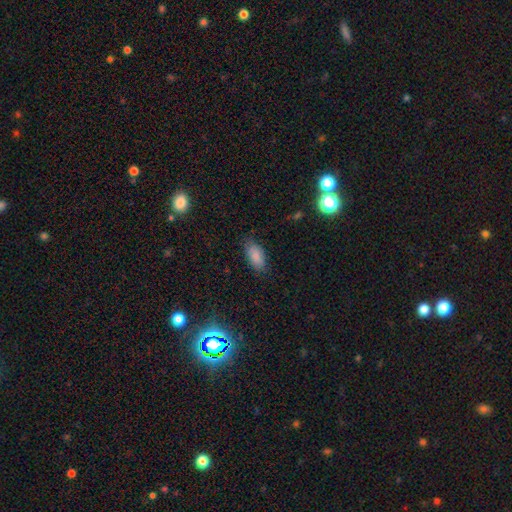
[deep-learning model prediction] smooth_or_featured: smooth (p=0.86) [alt: star or artifact p=0.08]
how_rounded: in between (p=0.92) [alt: cigar-shaped p=0.05]
merging: none (p=0.78) [alt: minor disturbance p=0.17]